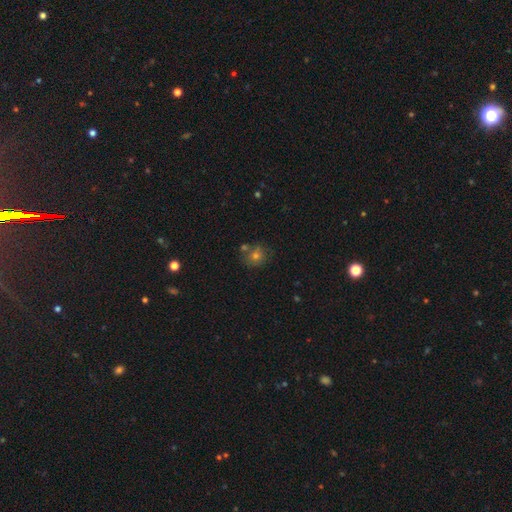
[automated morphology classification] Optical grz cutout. It shows a smooth galaxy with no disk features (63%) that is round (84%). Merging: none (70%).